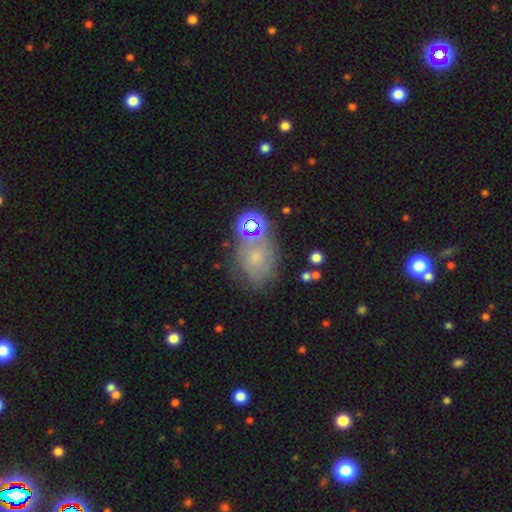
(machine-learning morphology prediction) type=smooth (44%); merging=none (58%).